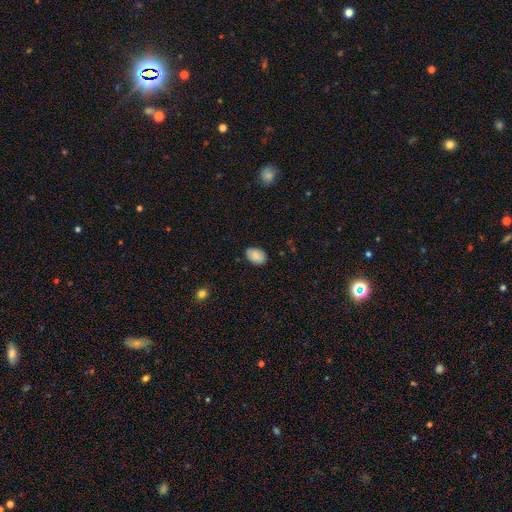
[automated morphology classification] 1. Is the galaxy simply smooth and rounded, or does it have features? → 86% smooth, 7% star or artifact, 7% featured or disk.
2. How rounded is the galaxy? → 82% in between, 17% round, 1% cigar-shaped.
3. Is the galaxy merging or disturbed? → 82% none, 14% minor disturbance, 3% major disturbance, 1% merger.